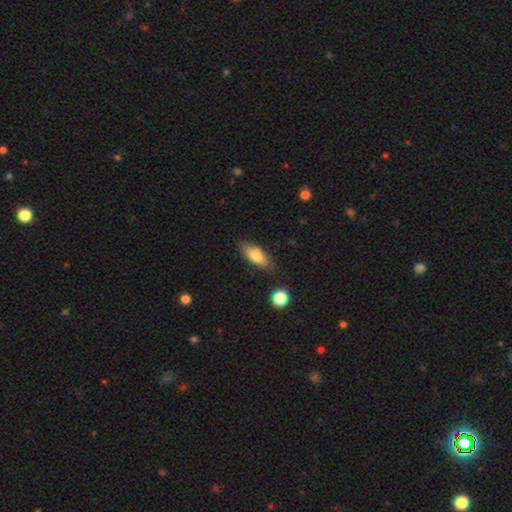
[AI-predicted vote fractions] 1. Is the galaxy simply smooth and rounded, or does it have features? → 78% smooth, 15% featured or disk, 7% star or artifact.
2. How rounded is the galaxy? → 73% in between, 24% cigar-shaped, 3% round.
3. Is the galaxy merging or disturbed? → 73% none, 19% minor disturbance, 4% merger, 4% major disturbance.